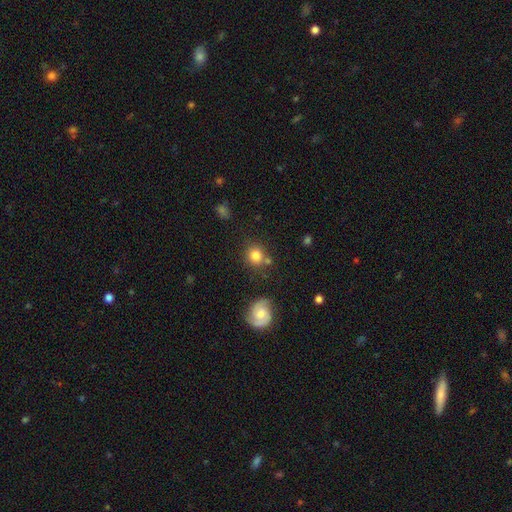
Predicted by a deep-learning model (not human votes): smooth 81%, star or artifact 10%, featured or disk 9%. Down the decision tree: how rounded — round (86%); merging — none (72%).